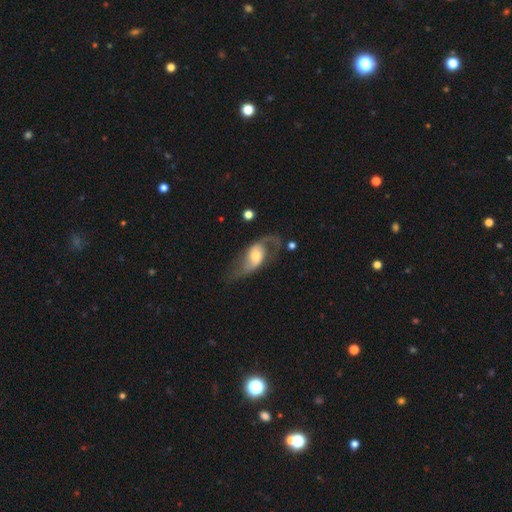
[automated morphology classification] A featured or disk galaxy (72%) with no bar (57%), 2 (84%) loose (63%) spiral arms (86%) and a moderate central bulge (56%). Merging: none (56%).